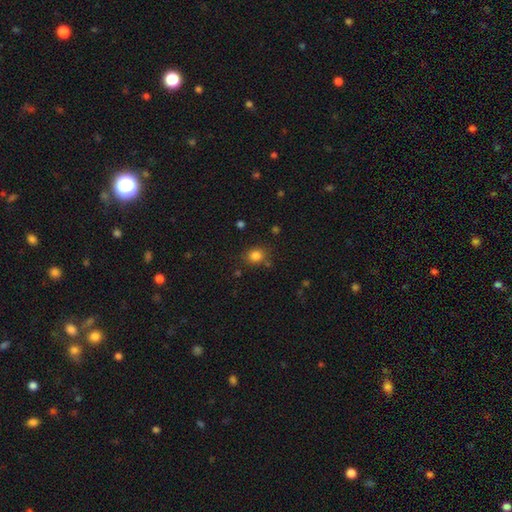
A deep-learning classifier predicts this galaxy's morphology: A smooth galaxy with no disk features (83%) that is round (68%). Merging: none (78%).